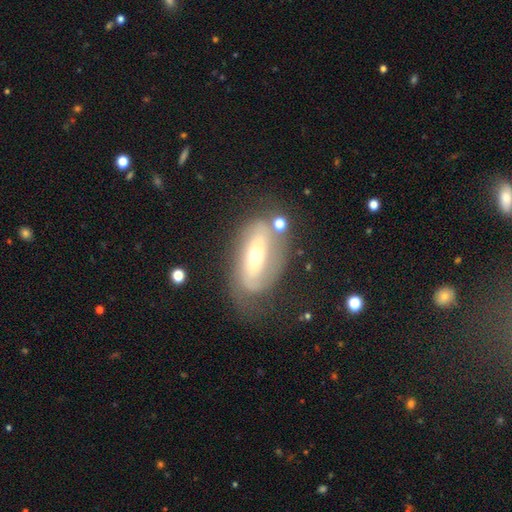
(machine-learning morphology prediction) type=featured or disk (72%); edge-on=no (88%); bar=no (38%); spiral arms=yes (75%); bulge=moderate (58%); merging=none (62%).